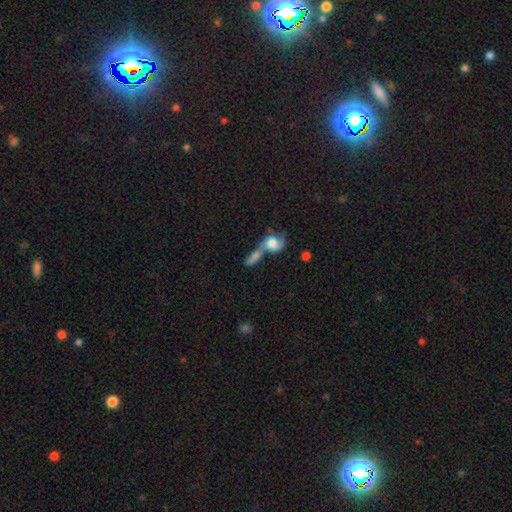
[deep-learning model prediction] Smooth or featured: smooth — 48% (featured or disk — 39%)
Merging: merger — 67% (none — 18%)